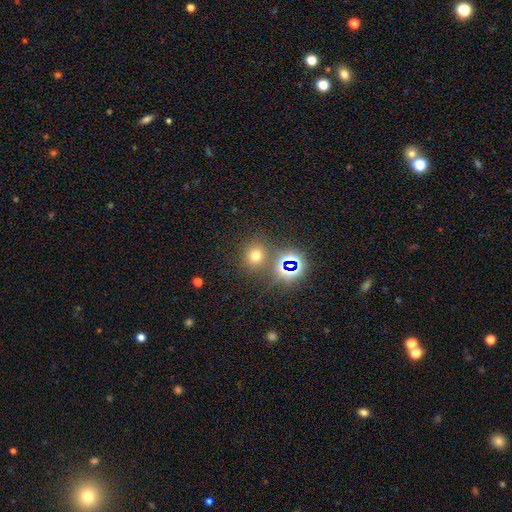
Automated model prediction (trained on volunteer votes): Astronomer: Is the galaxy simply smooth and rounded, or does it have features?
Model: smooth — 60%.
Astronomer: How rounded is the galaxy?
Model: round — 86%.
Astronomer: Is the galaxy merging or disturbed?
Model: none — 79%.